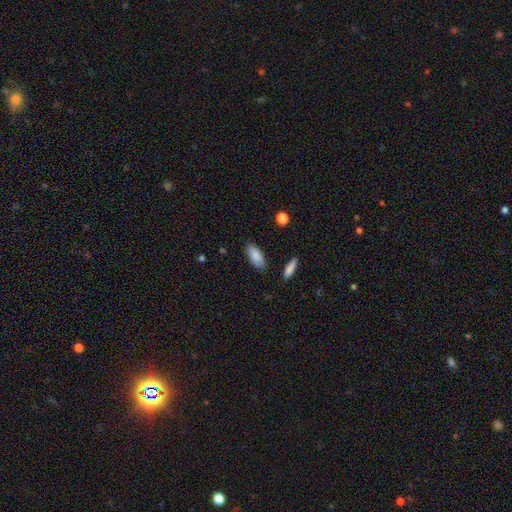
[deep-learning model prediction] smooth_or_featured: smooth (p=0.85) [alt: featured or disk p=0.08]
how_rounded: in between (p=0.84) [alt: cigar-shaped p=0.14]
merging: none (p=0.85) [alt: minor disturbance p=0.11]